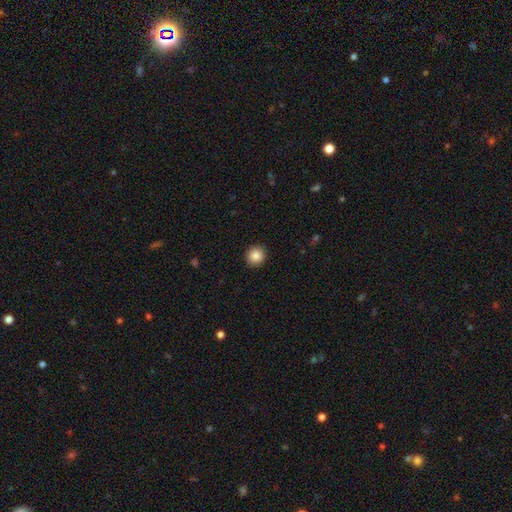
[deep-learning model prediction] Overall: smooth (87%). How rounded: round (89%). Merging: none (92%).